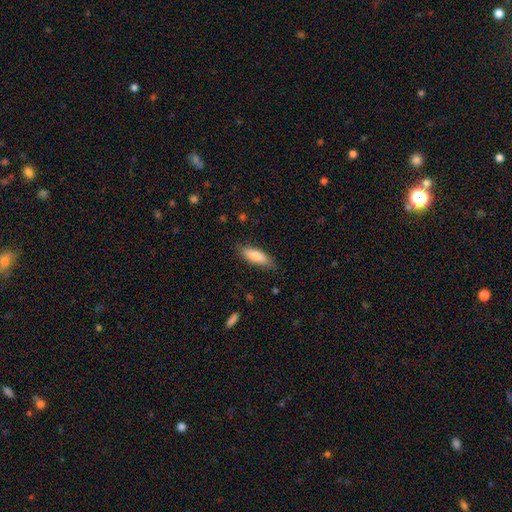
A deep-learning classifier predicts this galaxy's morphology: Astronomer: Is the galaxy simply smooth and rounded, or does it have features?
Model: smooth — 81%.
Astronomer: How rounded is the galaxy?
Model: in between — 56% (runner-up: cigar-shaped, 42%).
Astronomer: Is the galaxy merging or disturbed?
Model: none — 78%.